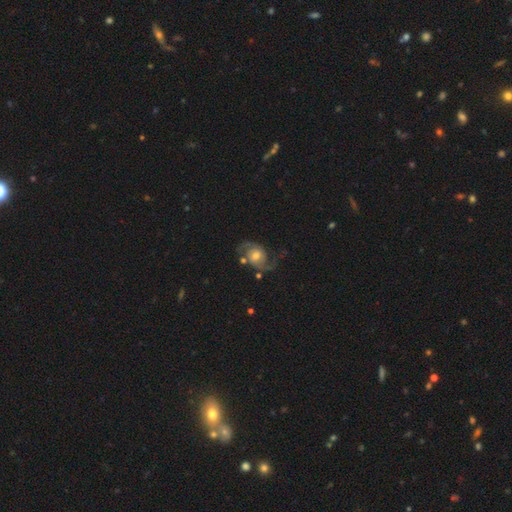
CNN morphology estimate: type=featured or disk (83%); edge-on=no (97%); bar=no (65%); spiral arms=yes (95%); winding=loose (45%); arm count=2 (92%); bulge=moderate (63%); merging=none (67%).